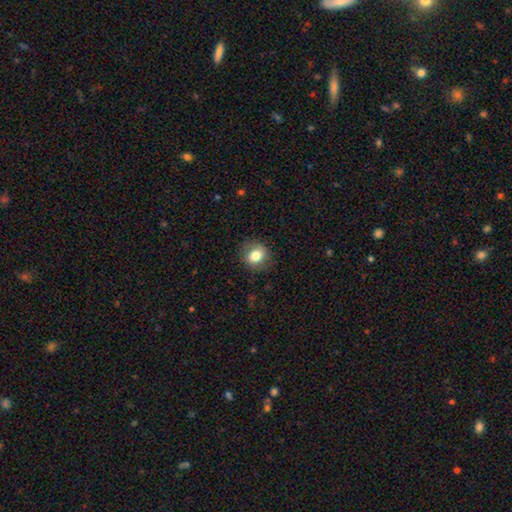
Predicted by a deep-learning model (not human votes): Smooth or featured?
  - smooth: 79% *
  - featured or disk: 12%
  - star or artifact: 9%
How rounded?
  - round: 73% *
  - in between: 26%
  - cigar-shaped: 1%
Merging?
  - none: 82% *
  - minor disturbance: 13%
  - major disturbance: 4%
  - merger: 1%